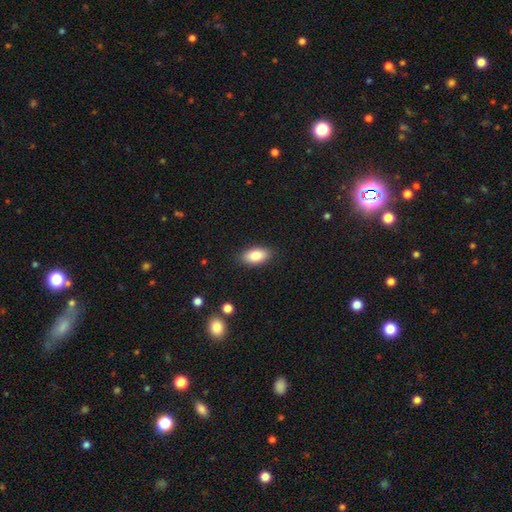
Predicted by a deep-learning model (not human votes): This is clearly a smooth galaxy (83%). How rounded: clearly in between (91%). Merging: clearly none (87%).